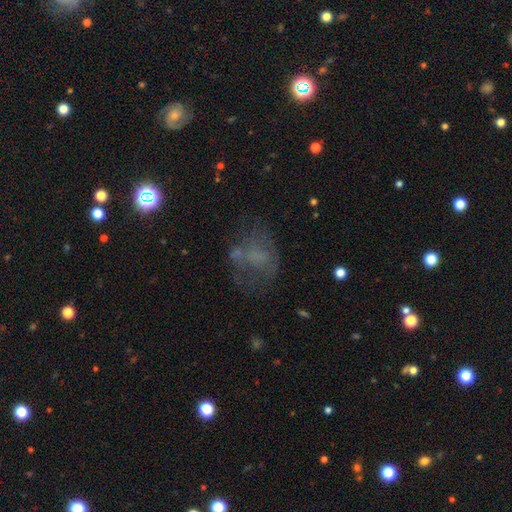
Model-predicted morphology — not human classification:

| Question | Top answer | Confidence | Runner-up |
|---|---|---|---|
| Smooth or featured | featured or disk | 41% | smooth (38%) |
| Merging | none | 47% | major disturbance (27%) |